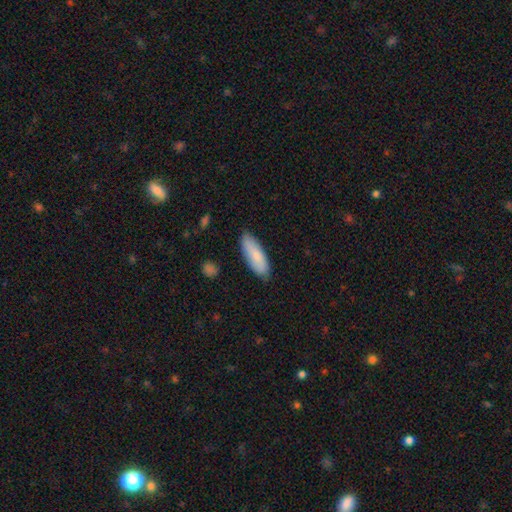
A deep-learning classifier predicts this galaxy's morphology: Overall: smooth (82%). How rounded: in between (60%; cigar-shaped 38%). Merging: none (83%).